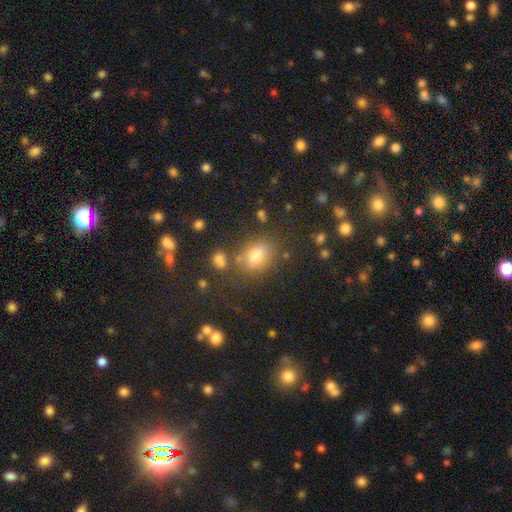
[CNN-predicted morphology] smooth-or-featured: smooth: 69% | star or artifact: 23% | featured or disk: 8%
  how-rounded: in between: 56% | round: 43% | cigar-shaped: 1%
  merging: none: 74% | minor disturbance: 12% | merger: 9% | major disturbance: 4%